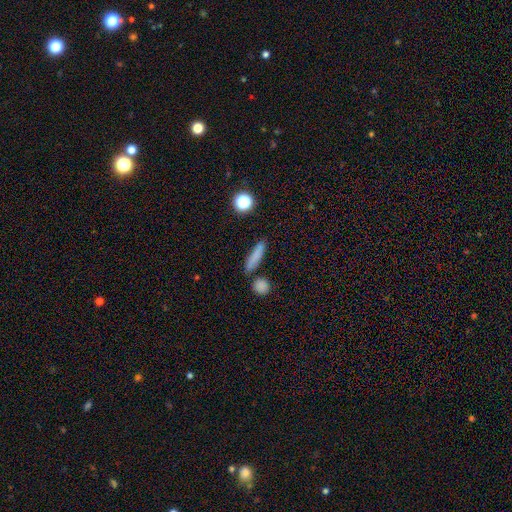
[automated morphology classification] smooth-or-featured: smooth: 78% | featured or disk: 12% | star or artifact: 10%
  how-rounded: cigar-shaped: 81% | in between: 14% | round: 5%
  merging: none: 77% | minor disturbance: 12% | merger: 8% | major disturbance: 3%